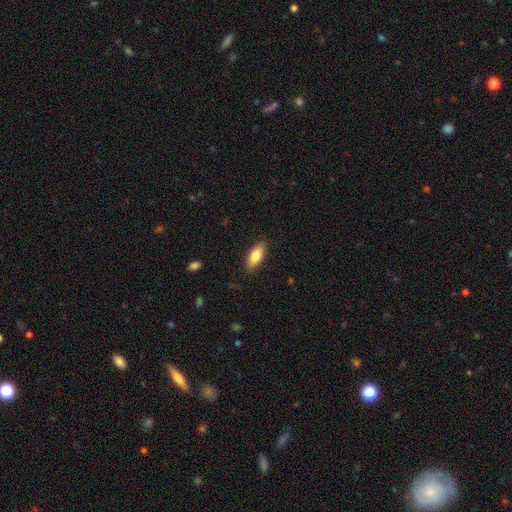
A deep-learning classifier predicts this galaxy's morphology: This appears to be a smooth galaxy with no disk features (77%) that is in between round and cigar-shaped (80%). Merging: none (87%).